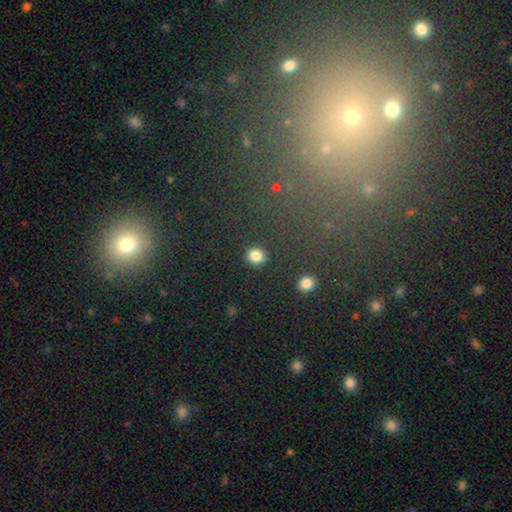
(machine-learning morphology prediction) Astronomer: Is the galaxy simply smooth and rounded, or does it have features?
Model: smooth — 84%.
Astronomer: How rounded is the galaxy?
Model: round — 88%.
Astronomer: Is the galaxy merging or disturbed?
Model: none — 91%.